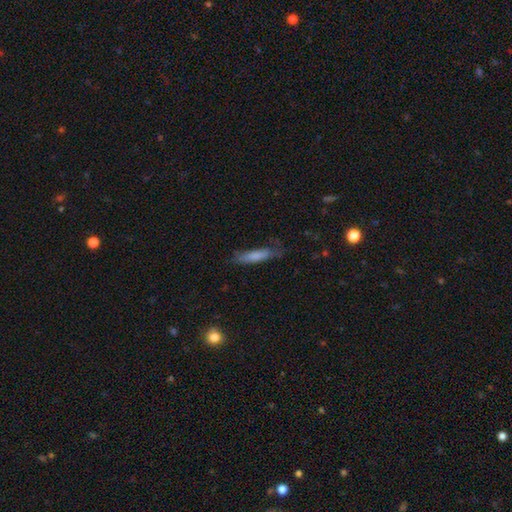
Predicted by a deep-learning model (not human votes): smooth 75%, featured or disk 18%, star or artifact 7%. Down the decision tree: how rounded — cigar-shaped (81%); merging — none (67%).